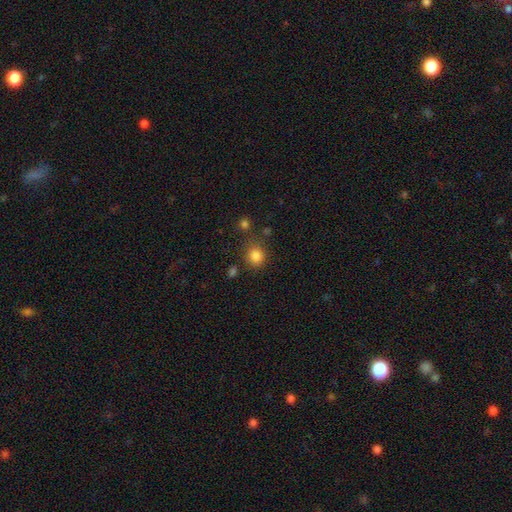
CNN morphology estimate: This appears to be a smooth galaxy with no disk features (83%) that is round (83%). Merging: none (77%).